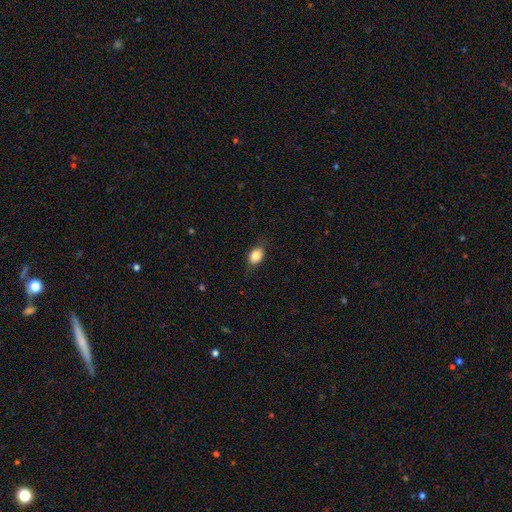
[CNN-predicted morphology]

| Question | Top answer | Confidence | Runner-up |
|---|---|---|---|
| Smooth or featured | smooth | 82% | featured or disk (10%) |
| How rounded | in between | 75% | round (23%) |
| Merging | none | 76% | minor disturbance (18%) |